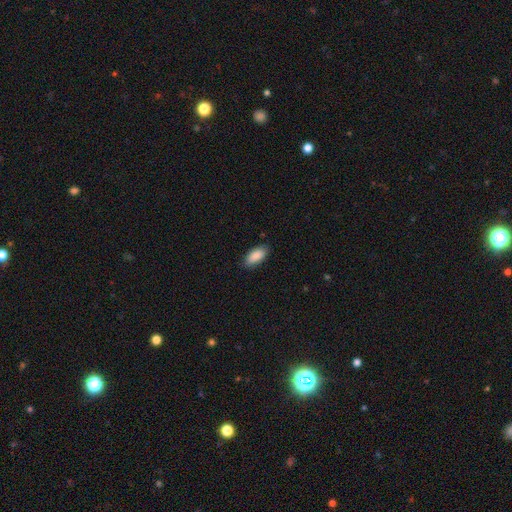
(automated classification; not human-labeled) The model was most divided on "merging": none: 84%, minor disturbance: 13%, major disturbance: 2%, merger: 1%. More confident: how rounded — in between (89%); smooth or featured — smooth (89%).